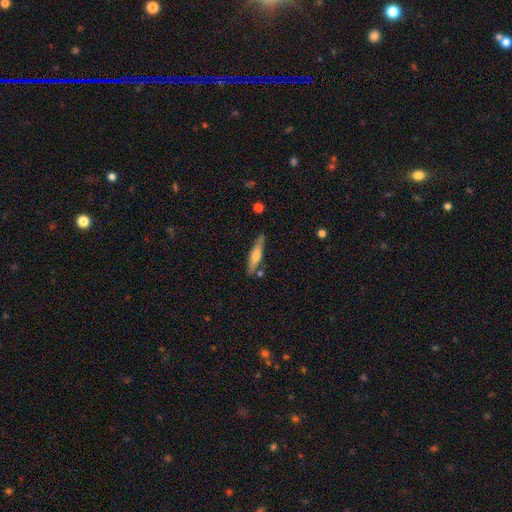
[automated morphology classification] Q: Smooth or featured?
A: smooth (57%); runner-up: featured or disk (37%)
Q: How rounded?
A: cigar-shaped (79%); runner-up: in between (19%)
Q: Merging?
A: none (78%); runner-up: minor disturbance (14%)